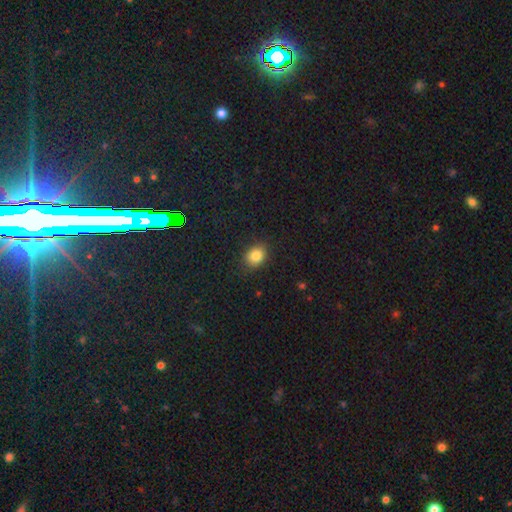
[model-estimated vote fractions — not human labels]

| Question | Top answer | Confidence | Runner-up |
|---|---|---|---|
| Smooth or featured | smooth | 83% | star or artifact (10%) |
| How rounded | in between | 53% | round (46%) |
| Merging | none | 83% | minor disturbance (13%) |